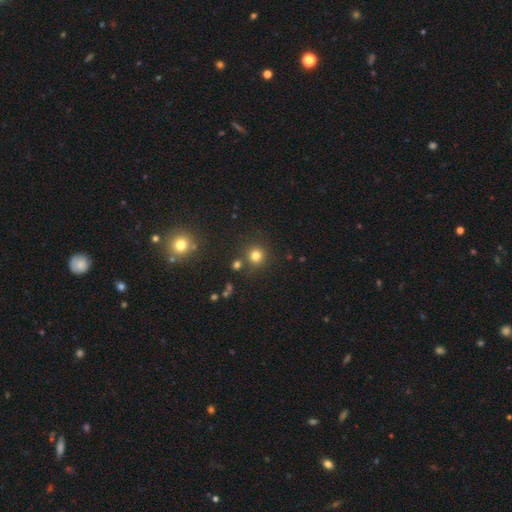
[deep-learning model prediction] This appears to be a smooth galaxy with no disk features (78%) that is round (92%). Merging: none (81%).